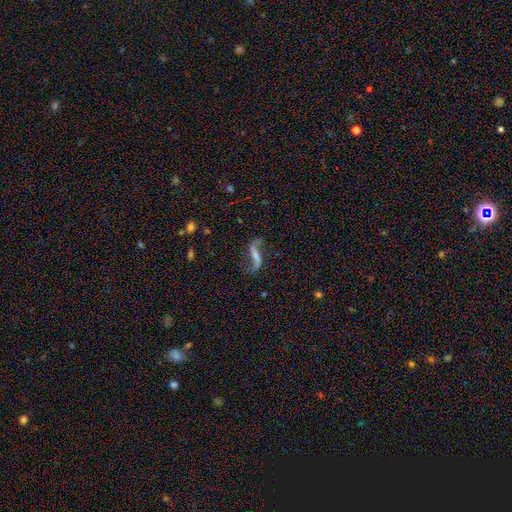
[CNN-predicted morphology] Smooth or featured? featured or disk (81%)
Edge-on disk? no (93%)
Bar? strong (40%)
Spiral arms? yes (93%)
Spiral winding? loose (89%)
Spiral arm count? 2 (91%)
Bulge size? none (51%)
Merging? none (72%)